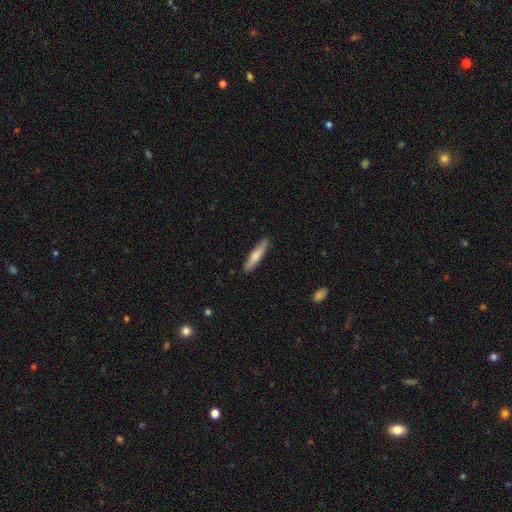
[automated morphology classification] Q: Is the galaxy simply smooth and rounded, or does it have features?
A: smooth — 70%.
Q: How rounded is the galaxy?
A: cigar-shaped — 85%.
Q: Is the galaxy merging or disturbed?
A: none — 89%.